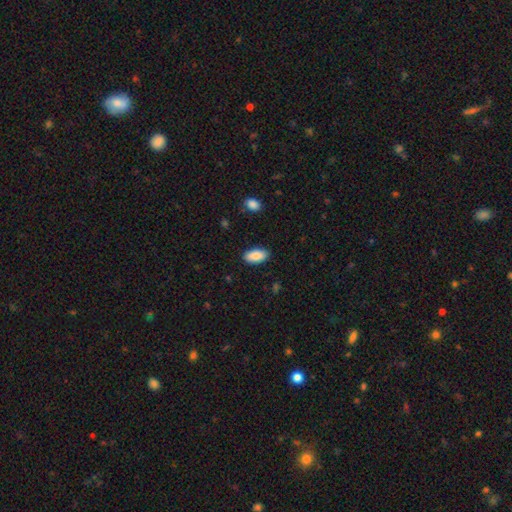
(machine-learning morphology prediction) A smooth galaxy with no disk features (88%) that is in between round and cigar-shaped (93%).

Vote fractions:
- Smooth or featured? smooth: 88% / star or artifact: 6% / featured or disk: 5%
- How rounded? in between: 93% / cigar-shaped: 5% / round: 2%
- Merging? none: 87% / minor disturbance: 9% / major disturbance: 2% / merger: 1%